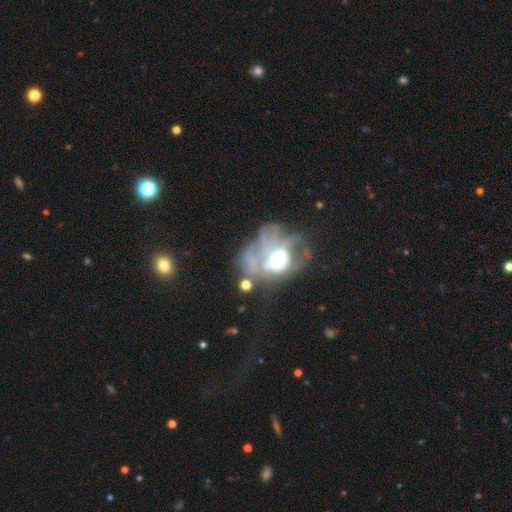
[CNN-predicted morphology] A featured or disk galaxy (65%) with no bar (77%), no spiral arms (57%) and a moderate central bulge (54%). Merging: major disturbance (48%).